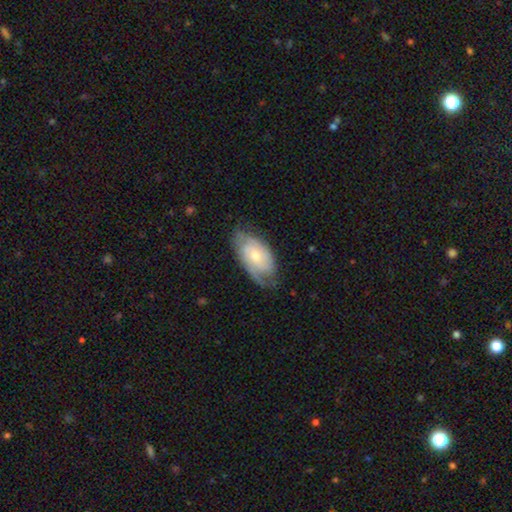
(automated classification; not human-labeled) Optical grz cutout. It shows a featured or disk galaxy (69%) with no bar (69%), 2 (46%) tight (52%) spiral arms (89%) and a moderate central bulge (50%). Merging: none (67%).